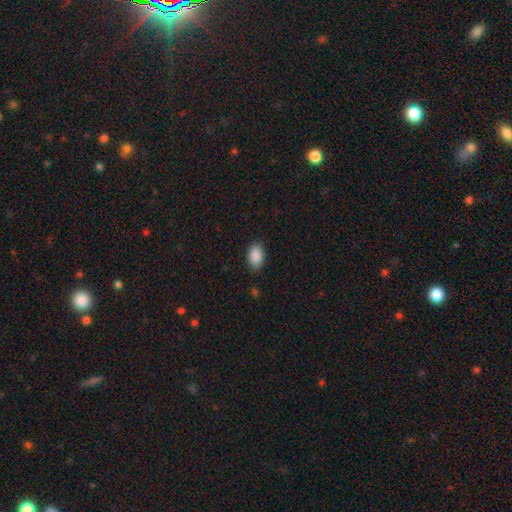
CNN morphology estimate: This is clearly a smooth galaxy (90%). How rounded: clearly in between (88%). Merging: clearly none (85%).